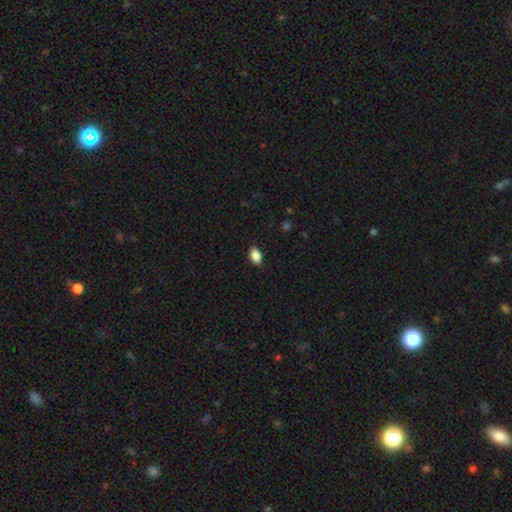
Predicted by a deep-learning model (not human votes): The model was most divided on "merging": none: 84%, minor disturbance: 13%, major disturbance: 2%, merger: 1%. More confident: smooth or featured — smooth (88%); how rounded — in between (87%).